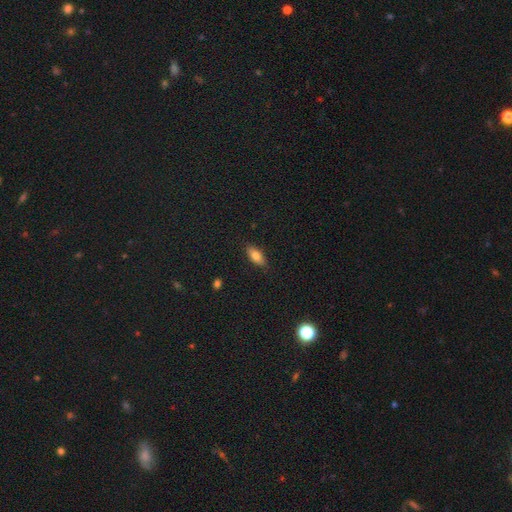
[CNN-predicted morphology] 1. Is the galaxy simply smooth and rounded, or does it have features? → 77% smooth, 14% featured or disk, 8% star or artifact.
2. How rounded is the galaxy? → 82% in between, 15% cigar-shaped, 3% round.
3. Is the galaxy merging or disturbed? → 85% none, 11% minor disturbance, 2% major disturbance, 1% merger.